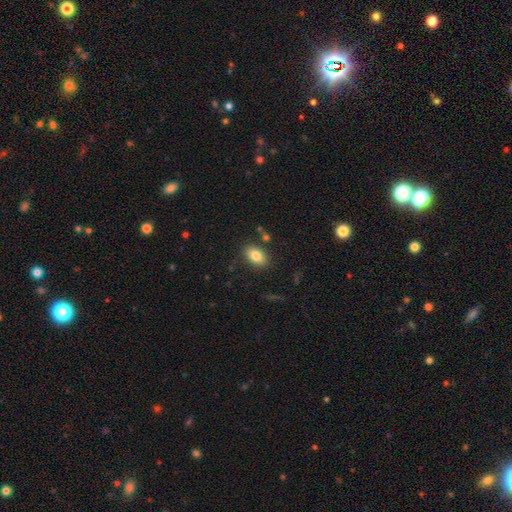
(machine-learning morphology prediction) This is clearly a smooth galaxy (82%). How rounded: clearly in between (88%). Merging: clearly none (83%).